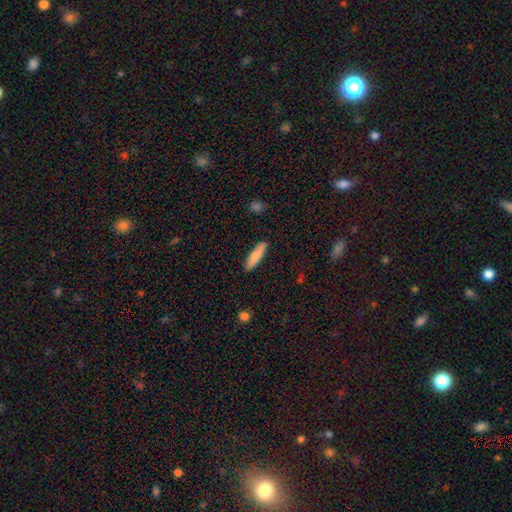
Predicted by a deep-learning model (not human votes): A smooth galaxy with no disk features (81%) that is cigar-shaped (70%). Merging: none (87%).